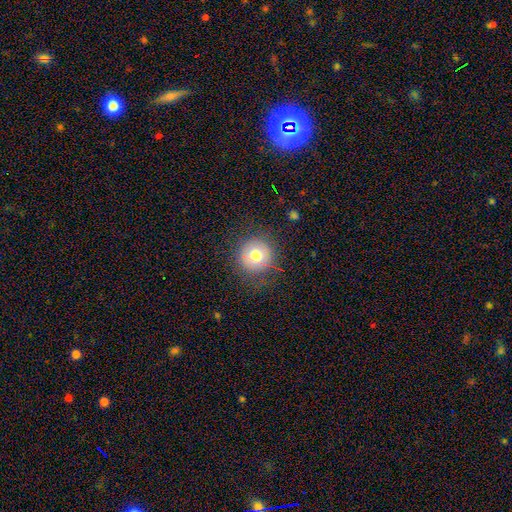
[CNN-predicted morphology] smooth-or-featured: smooth: 72% | featured or disk: 16% | star or artifact: 12%
  how-rounded: round: 92% | in between: 7% | cigar-shaped: 1%
  merging: none: 78% | minor disturbance: 14% | major disturbance: 6% | merger: 1%